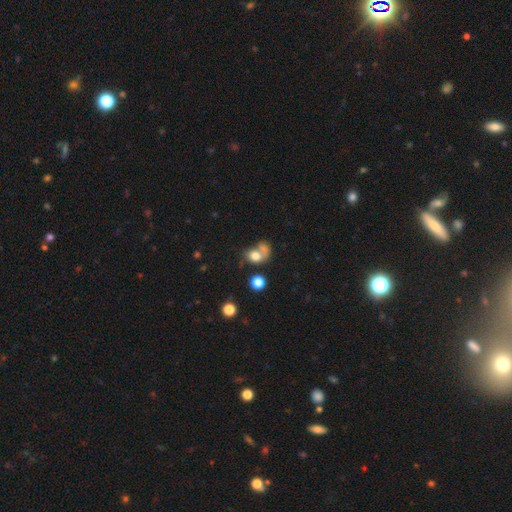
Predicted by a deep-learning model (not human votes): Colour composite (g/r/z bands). It shows a smooth galaxy with no disk features (69%) that is round (53%). Merging: merger (50%).